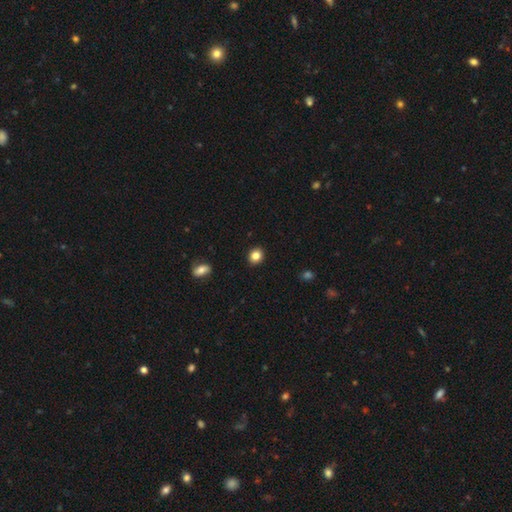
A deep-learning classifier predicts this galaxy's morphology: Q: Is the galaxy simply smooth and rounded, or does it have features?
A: smooth — 85%.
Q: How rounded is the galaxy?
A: round — 73%.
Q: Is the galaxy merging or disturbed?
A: none — 91%.